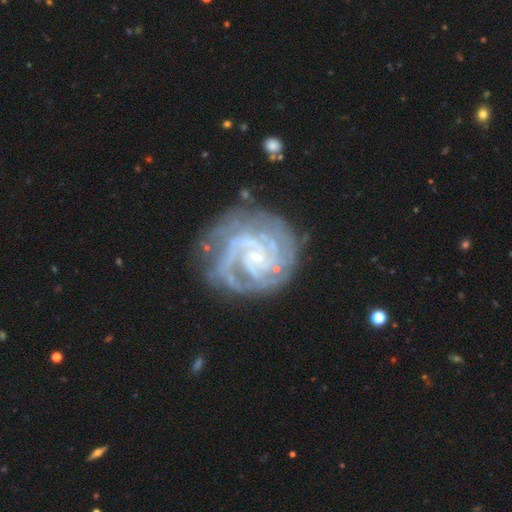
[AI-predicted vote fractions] Morphology: type=featured or disk (91%); edge-on=no (98%); bar=no (48%); spiral arms=yes (98%); winding=tight (69%); arm count=2 (35%); bulge=small (74%); merging=none (70%).